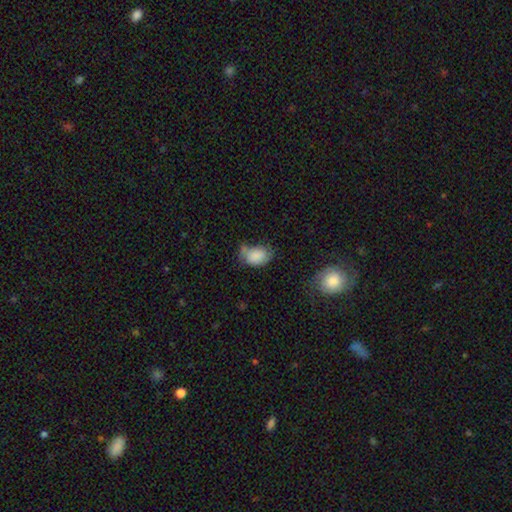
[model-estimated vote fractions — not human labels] Overall: smooth (82%). How rounded: in between (82%). Merging: none (39%; minor disturbance 32%).